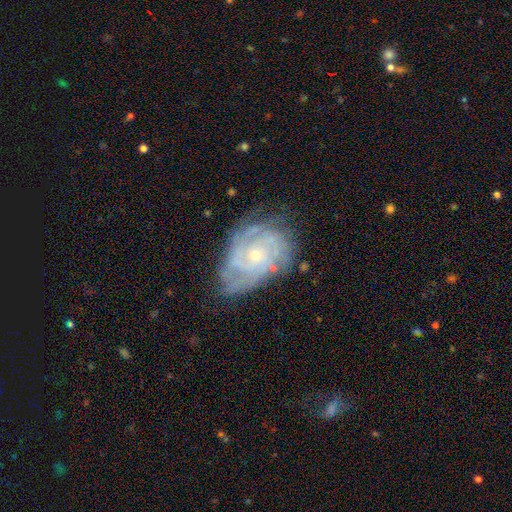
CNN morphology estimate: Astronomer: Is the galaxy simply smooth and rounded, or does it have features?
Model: featured or disk — 82%.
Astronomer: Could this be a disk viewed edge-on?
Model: no — 96%.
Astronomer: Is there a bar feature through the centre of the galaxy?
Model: no — 77%.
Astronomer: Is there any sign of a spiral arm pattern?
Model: yes — 92%.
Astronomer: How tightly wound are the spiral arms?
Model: tight — 66%.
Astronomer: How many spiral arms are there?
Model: can't tell — 37% (runner-up: 3, 20%).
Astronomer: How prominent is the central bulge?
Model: small — 66%.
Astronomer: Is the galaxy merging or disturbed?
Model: none — 64%.